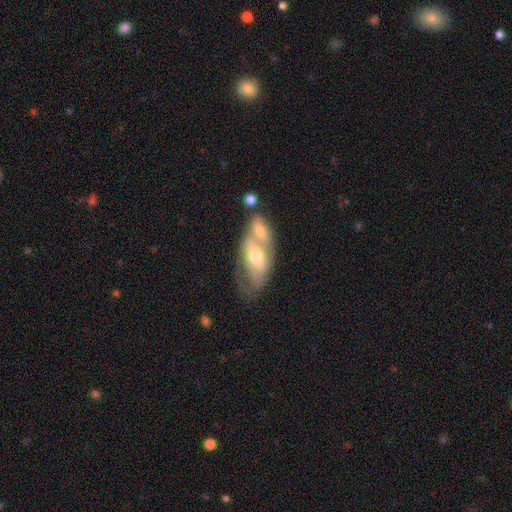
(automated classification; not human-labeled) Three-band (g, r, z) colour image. It shows a featured or disk galaxy (61%) with no bar (58%), no spiral arms (60%) and a moderate central bulge (63%). Merging: merger (58%).